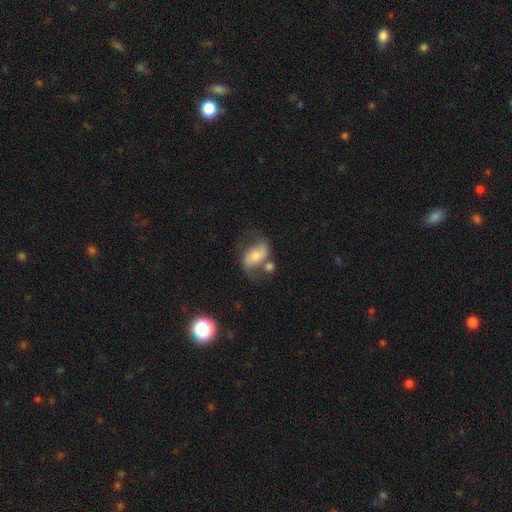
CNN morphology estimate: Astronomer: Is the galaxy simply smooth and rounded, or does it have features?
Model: featured or disk — 58% (runner-up: smooth, 34%).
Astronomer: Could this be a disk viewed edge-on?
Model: no — 95%.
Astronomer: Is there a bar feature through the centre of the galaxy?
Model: no — 51% (runner-up: weak, 30%).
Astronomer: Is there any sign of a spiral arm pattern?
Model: yes — 80%.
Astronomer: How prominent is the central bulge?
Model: moderate — 51% (runner-up: small, 37%).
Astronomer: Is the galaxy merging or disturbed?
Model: none — 44% (runner-up: merger, 23%).